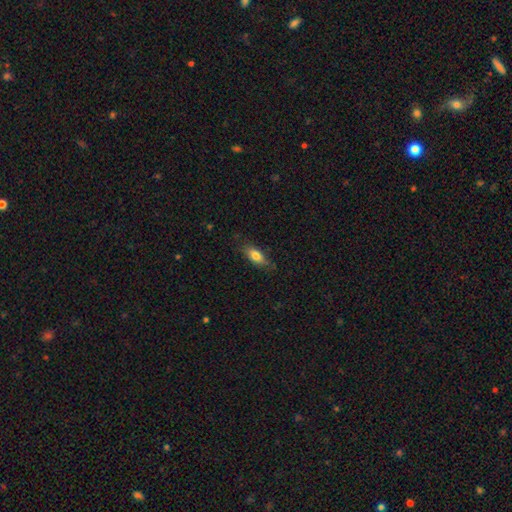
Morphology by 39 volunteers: A smooth galaxy with no disk features (77%) that is in between round and cigar-shaped (93%).

Vote fractions:
- Smooth or featured? smooth: 77% / featured or disk: 13% / star or artifact: 10%
- How rounded? in between: 93% / cigar-shaped: 7% / round: 0%
- Merging? none: 71% / minor disturbance: 23% / major disturbance: 6% / merger: 0%